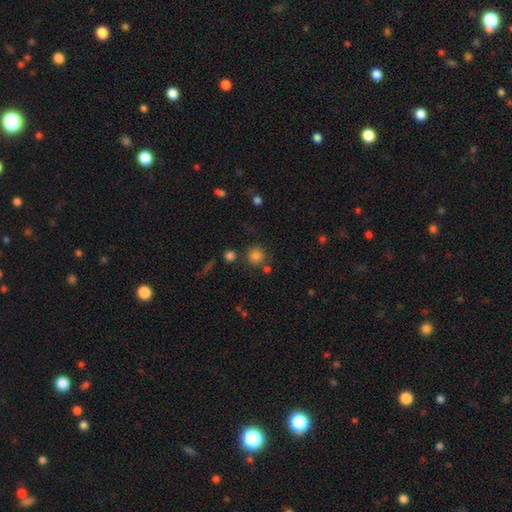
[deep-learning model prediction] smooth 82%, star or artifact 13%, featured or disk 5%. Down the decision tree: how rounded — round (92%); merging — none (76%).